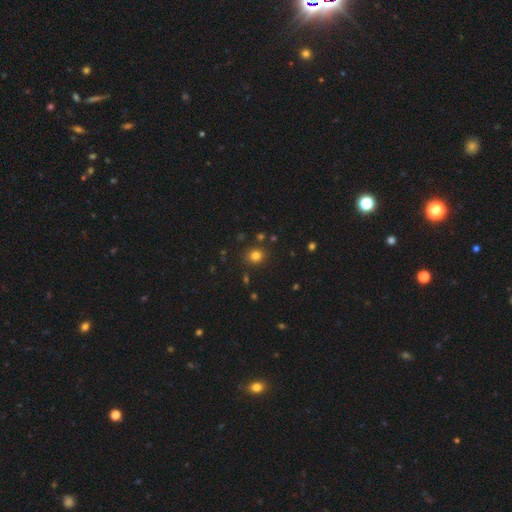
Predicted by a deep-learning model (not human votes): This appears to be a smooth galaxy with no disk features (79%) that is round (75%). Merging: none (85%).